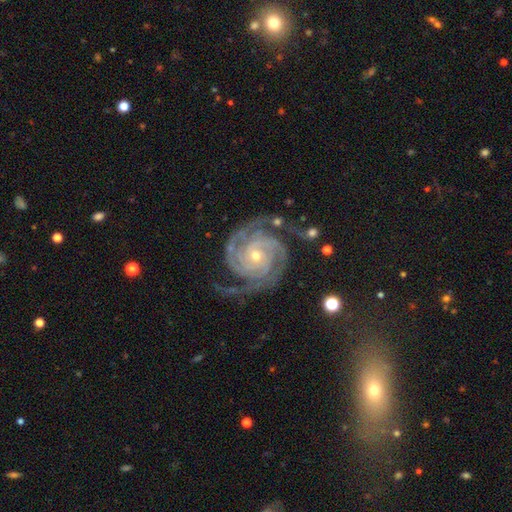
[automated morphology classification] Smooth or featured?
  - featured or disk: 94% *
  - star or artifact: 4%
  - smooth: 2%
Edge-on disk?
  - no: 98% *
  - yes: 2%
Bar?
  - no: 71% *
  - weak: 18%
  - strong: 10%
Spiral arms?
  - yes: 99% *
  - no: 1%
Spiral winding?
  - tight: 77% *
  - medium: 21%
  - loose: 3%
Spiral arm count?
  - 2: 40% *
  - 3: 29%
  - 4: 12%
  - can't tell: 7%
  - more than 4: 6%
  - 1: 6%
Bulge size?
  - small: 64% *
  - moderate: 34%
  - large: 1%
  - none: 1%
  - dominant: 1%
Merging?
  - none: 74% *
  - minor disturbance: 16%
  - major disturbance: 8%
  - merger: 2%